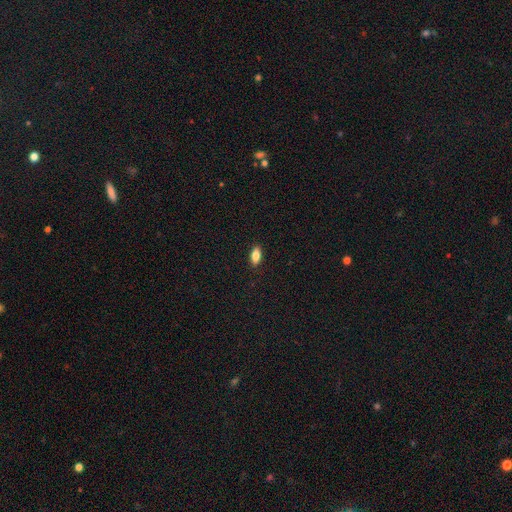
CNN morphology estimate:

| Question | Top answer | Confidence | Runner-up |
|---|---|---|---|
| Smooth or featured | smooth | 81% | featured or disk (11%) |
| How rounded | in between | 86% | cigar-shaped (10%) |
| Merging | none | 89% | minor disturbance (8%) |